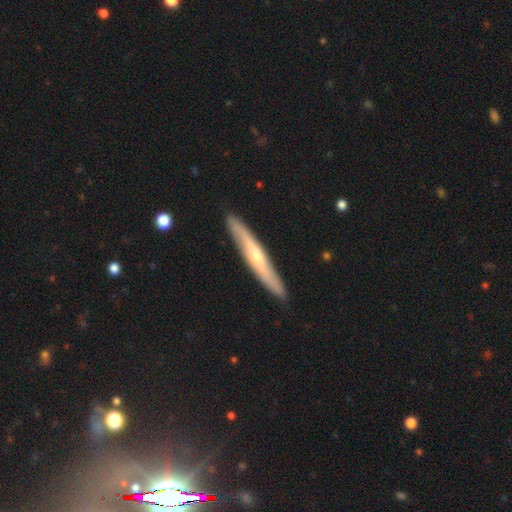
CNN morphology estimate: Smooth or featured? Predicted: featured or disk (p=0.65). Edge-on disk? Predicted: yes (p=0.86). Edge-on bulge? Predicted: rounded (p=0.69). Merging? Predicted: none (p=0.88).